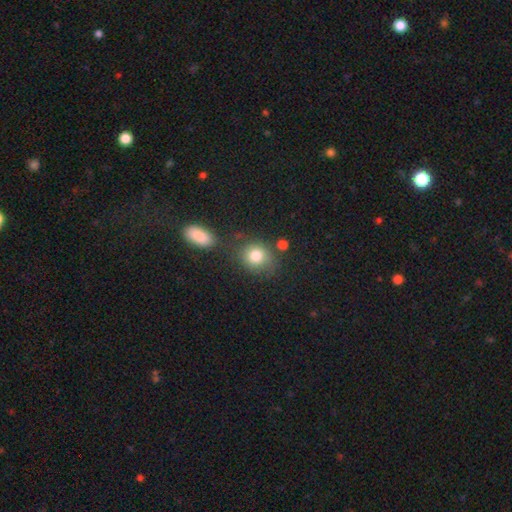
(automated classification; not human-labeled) A smooth galaxy with no disk features (81%) that is round (72%).

Vote fractions:
- Smooth or featured? smooth: 81% / star or artifact: 10% / featured or disk: 9%
- How rounded? round: 72% / in between: 27% / cigar-shaped: 1%
- Merging? none: 69% / minor disturbance: 15% / merger: 11% / major disturbance: 6%